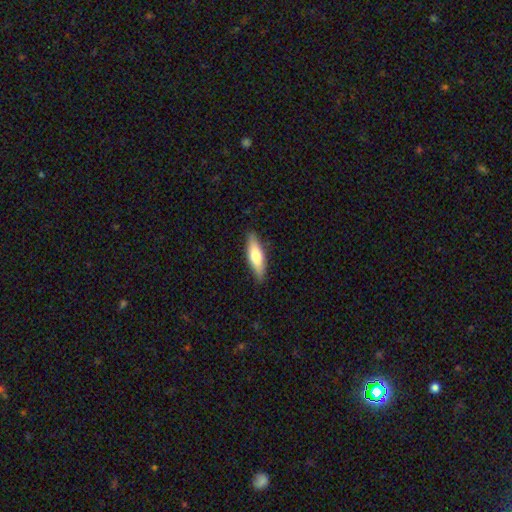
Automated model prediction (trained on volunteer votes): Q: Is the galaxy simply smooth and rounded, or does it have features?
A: smooth — 66%.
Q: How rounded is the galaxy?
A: cigar-shaped — 56%.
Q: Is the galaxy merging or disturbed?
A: none — 85%.